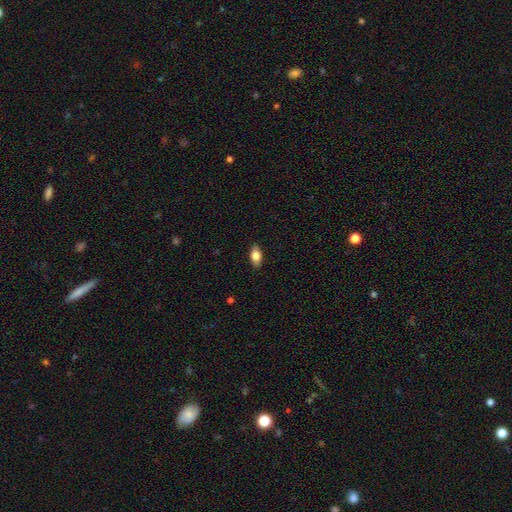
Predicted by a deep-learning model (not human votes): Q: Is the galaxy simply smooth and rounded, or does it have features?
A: smooth — 79%.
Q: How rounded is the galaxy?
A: in between — 88%.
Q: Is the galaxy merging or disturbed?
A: none — 88%.